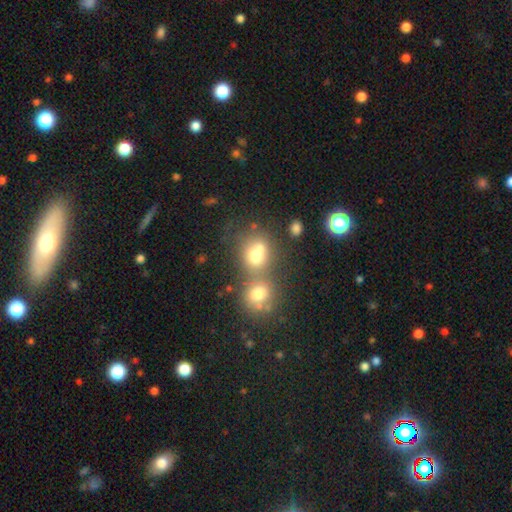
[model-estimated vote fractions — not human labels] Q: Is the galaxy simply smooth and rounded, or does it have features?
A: smooth — 71%.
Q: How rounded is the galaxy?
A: round — 70%.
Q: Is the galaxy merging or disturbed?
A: merger — 53%.